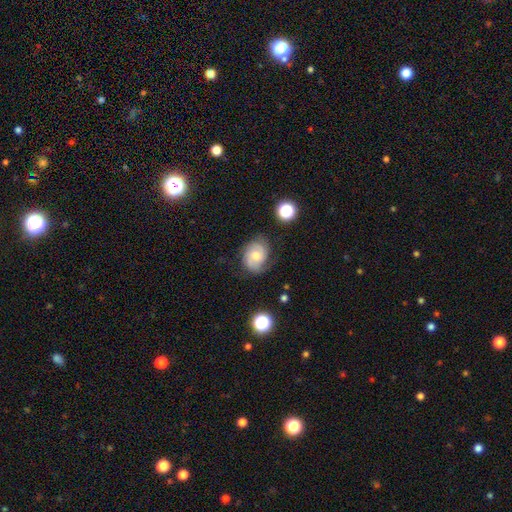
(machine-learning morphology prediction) Smooth or featured? featured or disk (57%)
Edge-on disk? no (97%)
Bar? no (67%)
Spiral arms? yes (89%)
Bulge size? moderate (58%)
Merging? none (69%)